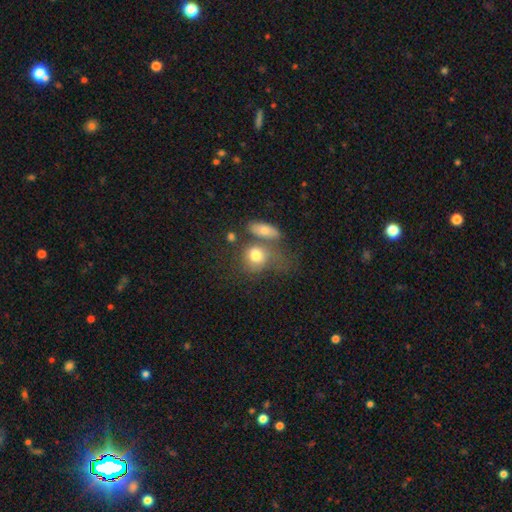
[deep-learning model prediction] Q: Smooth or featured?
A: smooth (73%); runner-up: featured or disk (18%)
Q: How rounded?
A: round (52%); runner-up: in between (46%)
Q: Merging?
A: merger (37%); runner-up: none (33%)